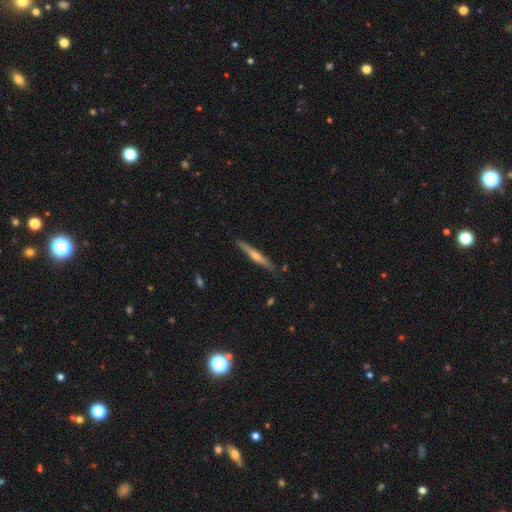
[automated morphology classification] Smooth or featured? Predicted: featured or disk (p=0.67). Edge-on disk? Predicted: yes (p=0.97). Edge-on bulge? Predicted: rounded (p=0.84). Merging? Predicted: none (p=0.88).